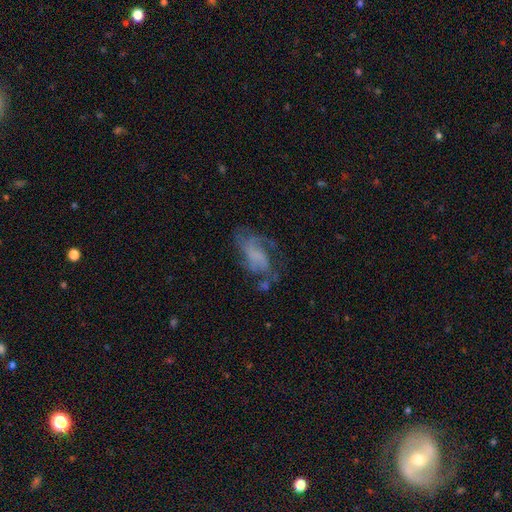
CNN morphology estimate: Smooth or featured? featured or disk (64%)
Edge-on disk? no (96%)
Bar? no (63%)
Spiral arms? yes (80%)
Bulge size? none (66%)
Merging? none (45%)